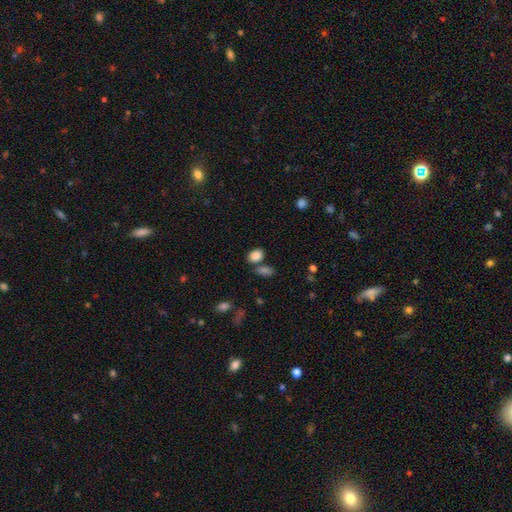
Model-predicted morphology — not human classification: type=smooth (85%); roundness=in between (78%); merging=none (65%).